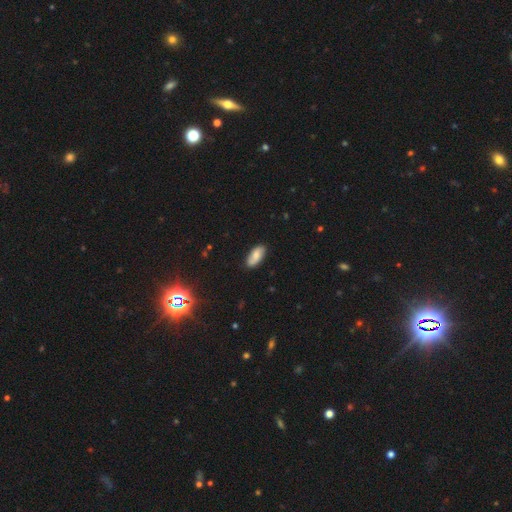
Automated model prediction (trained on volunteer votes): A smooth galaxy with no disk features (71%) that is in between round and cigar-shaped (88%).

Vote fractions:
- Smooth or featured? smooth: 71% / featured or disk: 21% / star or artifact: 7%
- How rounded? in between: 88% / cigar-shaped: 9% / round: 2%
- Merging? none: 85% / minor disturbance: 12% / major disturbance: 2% / merger: 1%